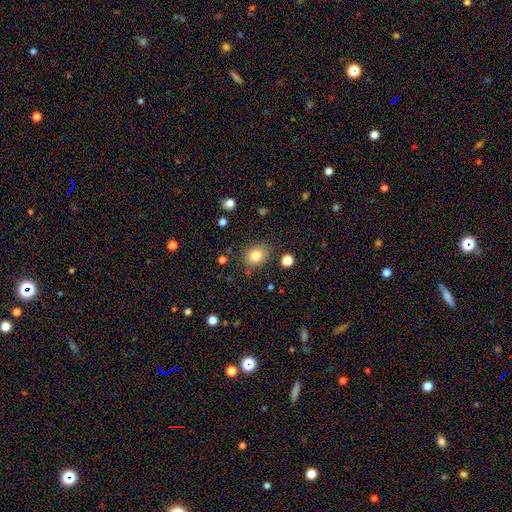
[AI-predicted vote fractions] A smooth galaxy with no disk features (81%) that is round (52%). Merging: none (81%).